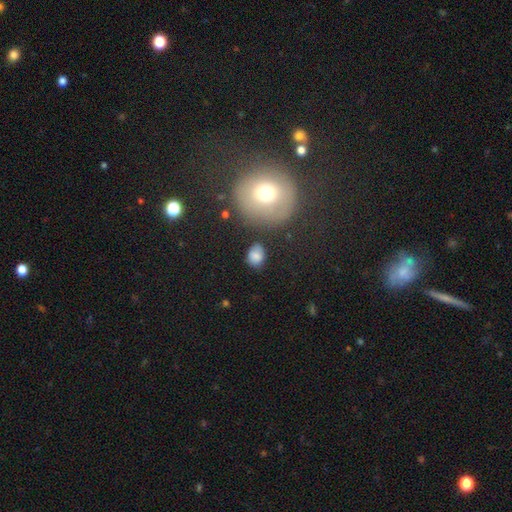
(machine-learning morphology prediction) Smooth or featured?
  - smooth: 78% *
  - star or artifact: 11%
  - featured or disk: 10%
How rounded?
  - in between: 53% *
  - round: 46%
  - cigar-shaped: 1%
Merging?
  - none: 70% *
  - minor disturbance: 19%
  - major disturbance: 6%
  - merger: 5%